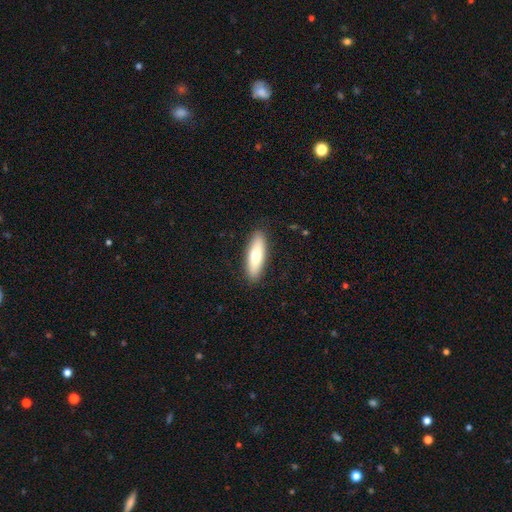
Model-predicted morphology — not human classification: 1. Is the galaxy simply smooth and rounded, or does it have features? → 68% smooth, 26% featured or disk, 6% star or artifact.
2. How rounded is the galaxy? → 51% in between, 47% cigar-shaped, 2% round.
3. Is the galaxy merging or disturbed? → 89% none, 8% minor disturbance, 2% major disturbance, 1% merger.